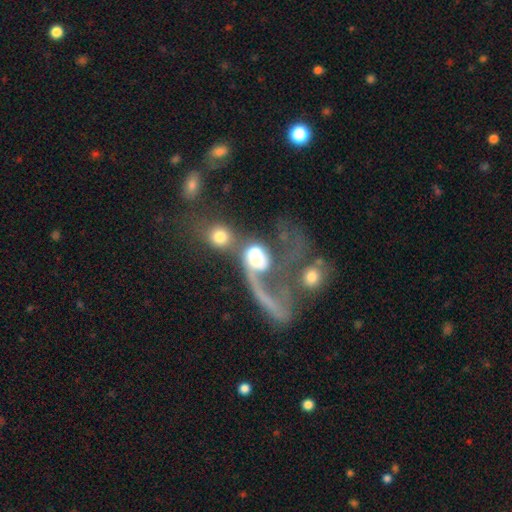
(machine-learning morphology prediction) The model was most divided on "smooth or featured": featured or disk: 47%, smooth: 42%, star or artifact: 11%. More confident: merging — merger (63%).